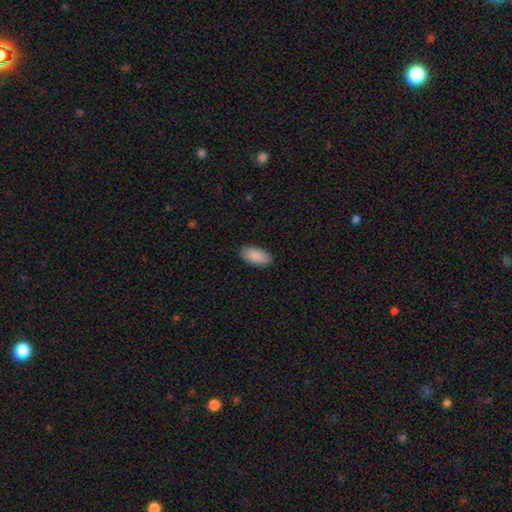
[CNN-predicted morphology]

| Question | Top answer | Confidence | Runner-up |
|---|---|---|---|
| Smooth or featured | smooth | 90% | star or artifact (6%) |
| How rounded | in between | 94% | cigar-shaped (4%) |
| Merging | none | 88% | minor disturbance (9%) |